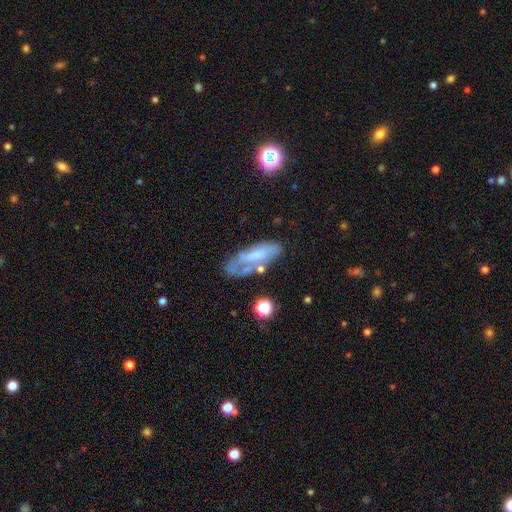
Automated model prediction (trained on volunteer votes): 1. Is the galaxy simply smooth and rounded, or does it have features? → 50% featured or disk, 40% smooth, 10% star or artifact.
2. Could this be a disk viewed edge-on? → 76% no, 24% yes.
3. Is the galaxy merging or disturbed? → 45% none, 26% minor disturbance, 19% major disturbance, 10% merger.